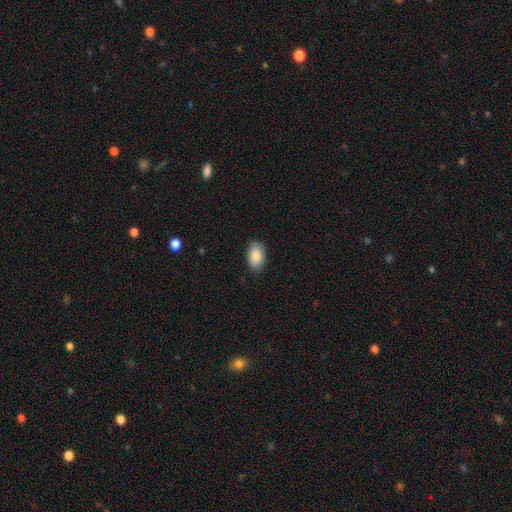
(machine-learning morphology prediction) Smooth or featured?
  - smooth: 84% *
  - featured or disk: 9%
  - star or artifact: 7%
How rounded?
  - in between: 93% *
  - round: 6%
  - cigar-shaped: 1%
Merging?
  - none: 83% *
  - minor disturbance: 13%
  - major disturbance: 2%
  - merger: 1%